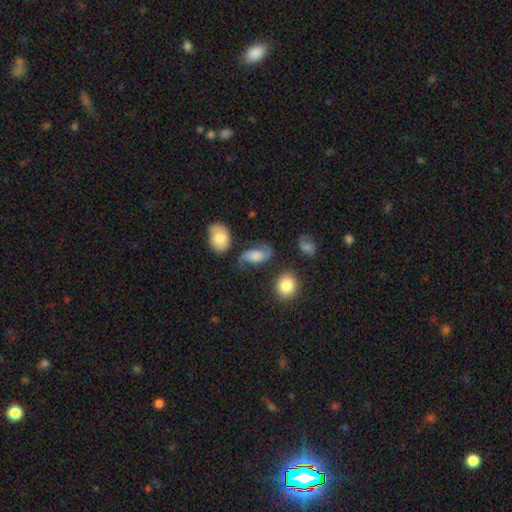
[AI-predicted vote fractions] smooth_or_featured: featured or disk (p=0.51) [alt: smooth p=0.40]
disk_edge_on: no (p=0.95) [alt: yes p=0.05]
merging: none (p=0.53) [alt: minor disturbance p=0.25]